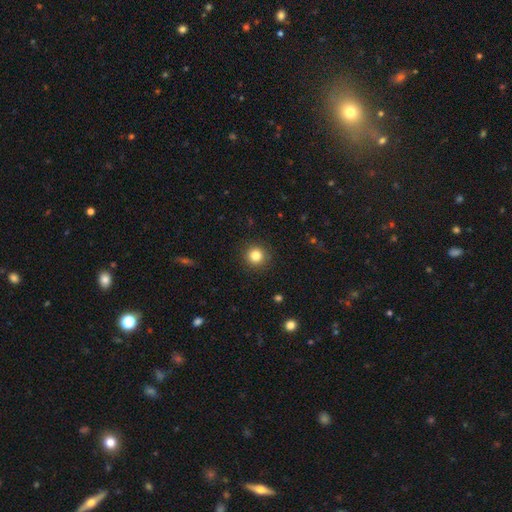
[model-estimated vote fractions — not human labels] This appears to be a smooth galaxy with no disk features (83%) that is round (95%). Merging: none (91%).